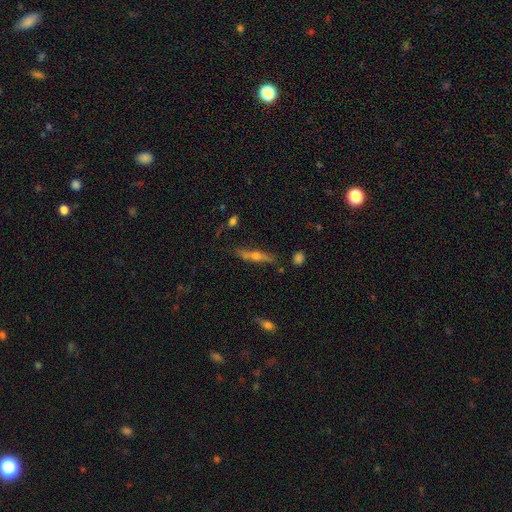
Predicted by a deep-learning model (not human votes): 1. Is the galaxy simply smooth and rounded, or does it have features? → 60% featured or disk, 31% smooth, 9% star or artifact.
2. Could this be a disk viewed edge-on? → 91% yes, 9% no.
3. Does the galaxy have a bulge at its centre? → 88% rounded, 7% none, 4% boxy.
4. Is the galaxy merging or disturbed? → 72% none, 17% minor disturbance, 6% merger, 5% major disturbance.